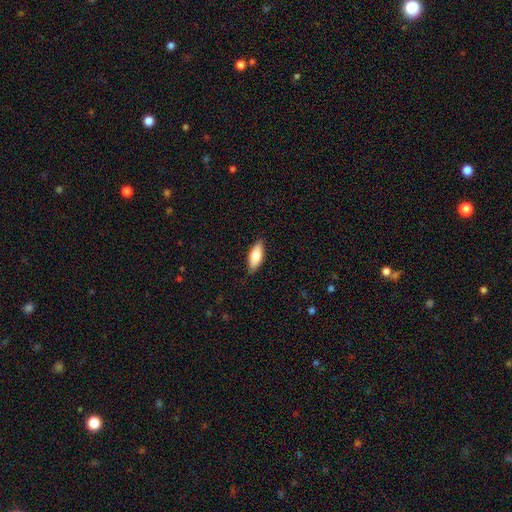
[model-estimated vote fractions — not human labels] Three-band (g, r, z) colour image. It shows a smooth galaxy with no disk features (77%) that is in between round and cigar-shaped (74%). Merging: none (86%).